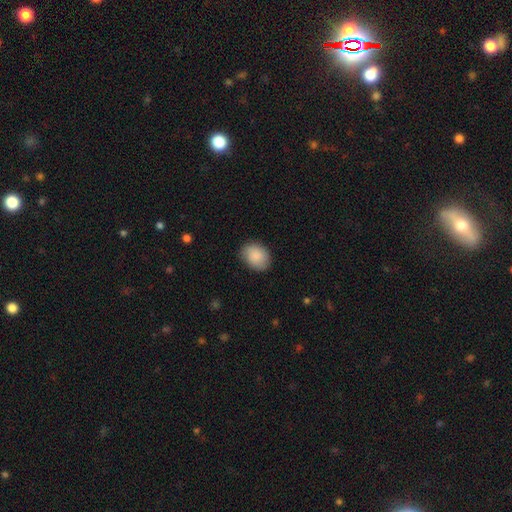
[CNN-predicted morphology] This appears to be a smooth galaxy with no disk features (88%) that is in between round and cigar-shaped (60%). Merging: none (81%).